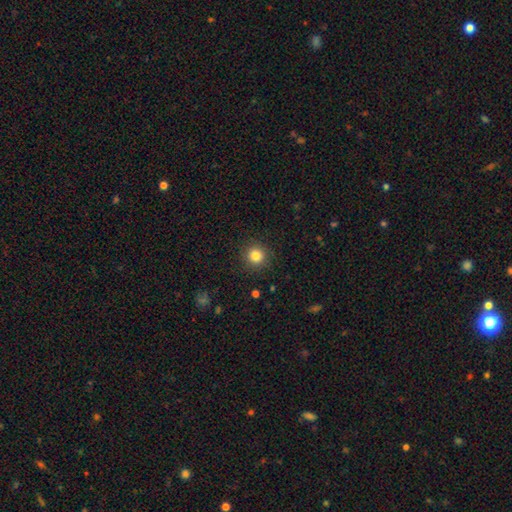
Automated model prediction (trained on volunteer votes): Smooth or featured?
  - smooth: 83% *
  - star or artifact: 12%
  - featured or disk: 5%
How rounded?
  - round: 94% *
  - in between: 5%
  - cigar-shaped: 1%
Merging?
  - none: 91% *
  - minor disturbance: 6%
  - major disturbance: 2%
  - merger: 1%